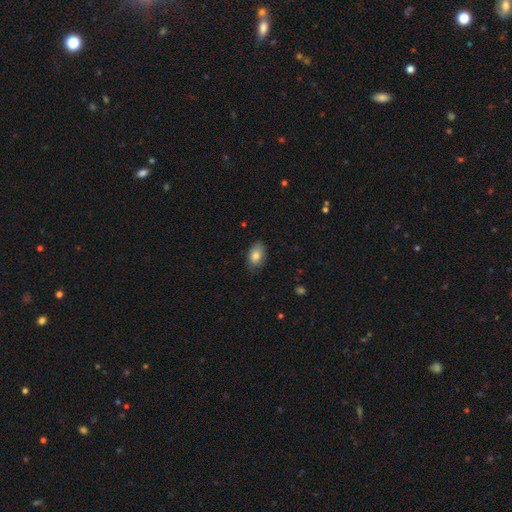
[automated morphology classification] smooth-or-featured: smooth: 80% | featured or disk: 12% | star or artifact: 8%
  how-rounded: in between: 88% | round: 11% | cigar-shaped: 1%
  merging: none: 78% | minor disturbance: 18% | major disturbance: 3% | merger: 1%